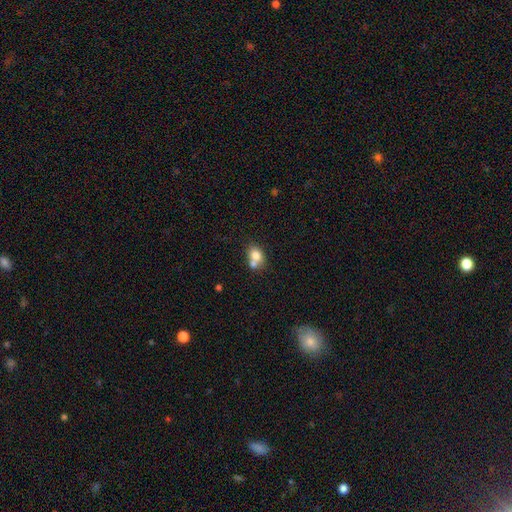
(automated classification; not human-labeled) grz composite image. It shows a smooth galaxy with no disk features (77%) that is in between round and cigar-shaped (57%). Merging: merger (45%).